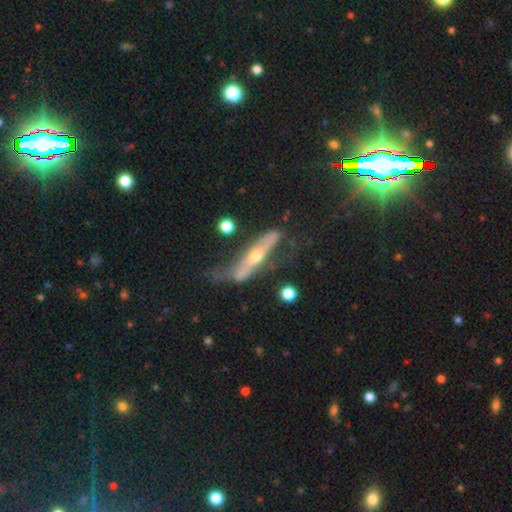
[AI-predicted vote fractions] Q: Smooth or featured?
A: featured or disk (75%); runner-up: smooth (17%)
Q: Edge-on disk?
A: yes (69%); runner-up: no (31%)
Q: Edge-on bulge?
A: rounded (87%); runner-up: none (8%)
Q: Merging?
A: none (44%); runner-up: minor disturbance (27%)